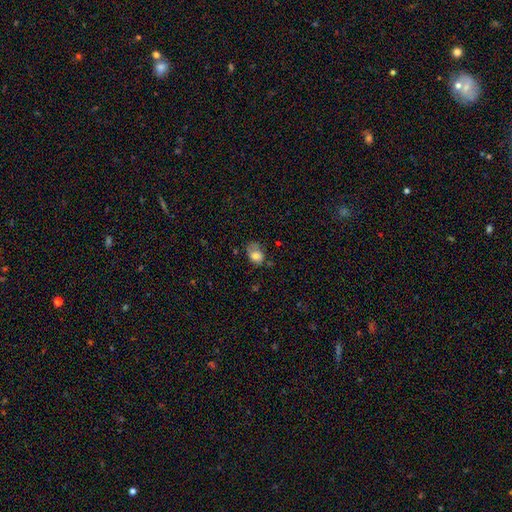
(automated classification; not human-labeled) A smooth galaxy with no disk features (71%) that is in between round and cigar-shaped (73%). Merging: none (45%).